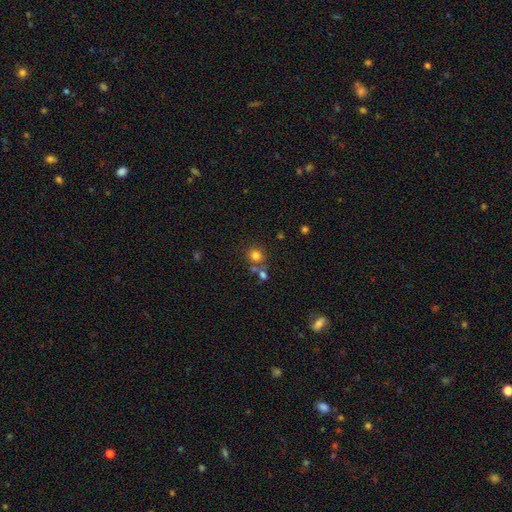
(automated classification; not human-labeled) smooth 78%, star or artifact 15%, featured or disk 8%. Down the decision tree: how rounded — round (87%); merging — none (67%).